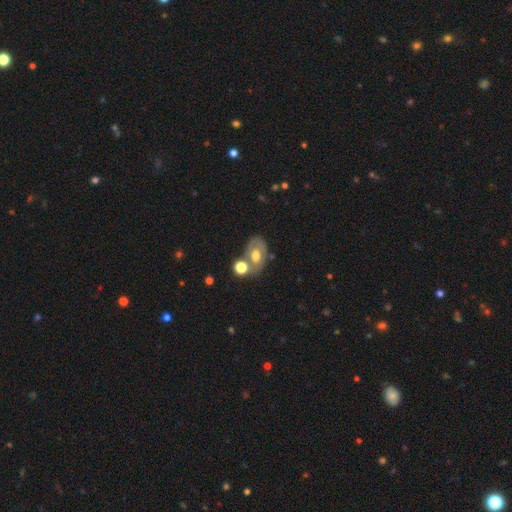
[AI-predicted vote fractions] This is possibly a smooth galaxy (48%). Merging: possibly none (47%).